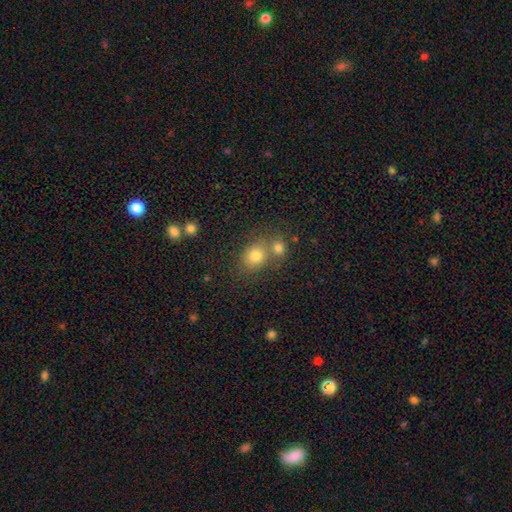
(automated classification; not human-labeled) Smooth or featured?
  - smooth: 78% *
  - star or artifact: 13%
  - featured or disk: 9%
How rounded?
  - round: 64% *
  - in between: 35%
  - cigar-shaped: 1%
Merging?
  - none: 52% *
  - merger: 34%
  - minor disturbance: 10%
  - major disturbance: 4%